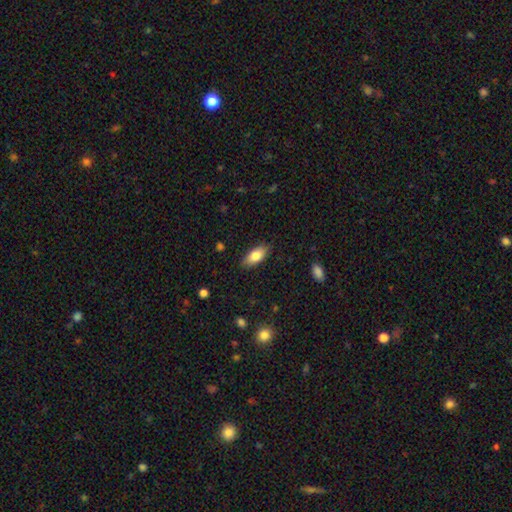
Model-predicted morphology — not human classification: Smooth or featured? Predicted: smooth (p=0.81). How rounded? Predicted: in between (p=0.86). Merging? Predicted: none (p=0.86).